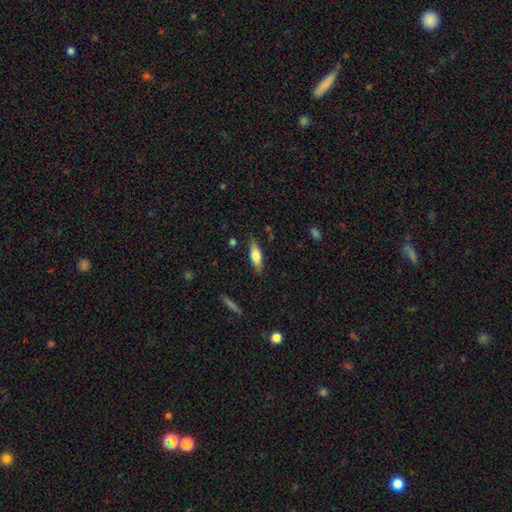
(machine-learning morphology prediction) Smooth or featured: smooth — 61% (featured or disk — 33%)
How rounded: cigar-shaped — 52% (in between — 46%)
Merging: none — 84% (minor disturbance — 12%)